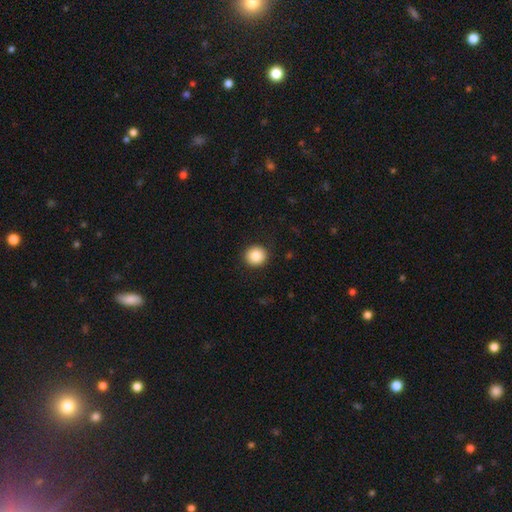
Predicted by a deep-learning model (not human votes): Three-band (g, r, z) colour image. It shows a smooth galaxy with no disk features (85%) that is round (94%). Merging: none (92%).